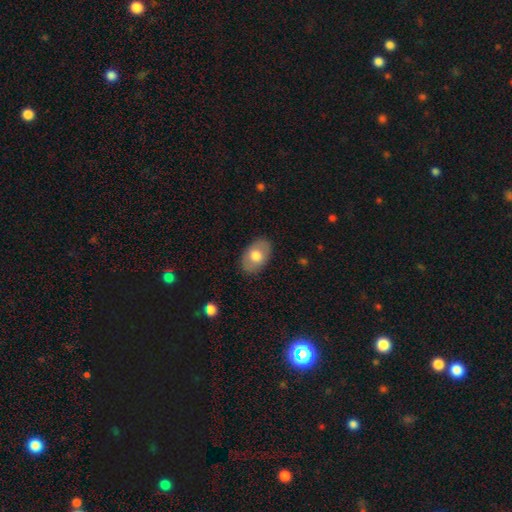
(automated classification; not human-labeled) smooth 71%, featured or disk 23%, star or artifact 6%. Down the decision tree: how rounded — in between (88%); merging — none (85%).